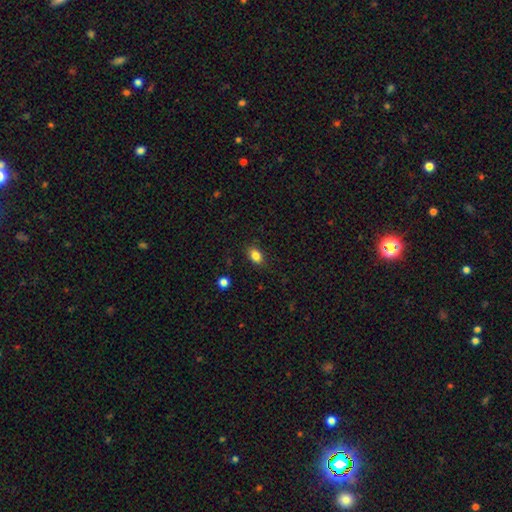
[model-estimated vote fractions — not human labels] smooth-or-featured: smooth: 84% | star or artifact: 10% | featured or disk: 6%
  how-rounded: in between: 78% | round: 20% | cigar-shaped: 2%
  merging: none: 85% | minor disturbance: 11% | major disturbance: 3% | merger: 1%